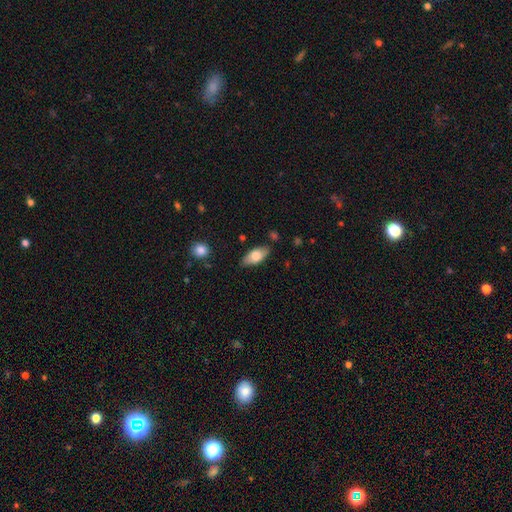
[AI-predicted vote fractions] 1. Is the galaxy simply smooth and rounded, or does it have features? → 74% smooth, 20% featured or disk, 6% star or artifact.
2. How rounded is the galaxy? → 88% in between, 10% cigar-shaped, 2% round.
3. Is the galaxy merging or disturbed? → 81% none, 14% minor disturbance, 3% major disturbance, 2% merger.